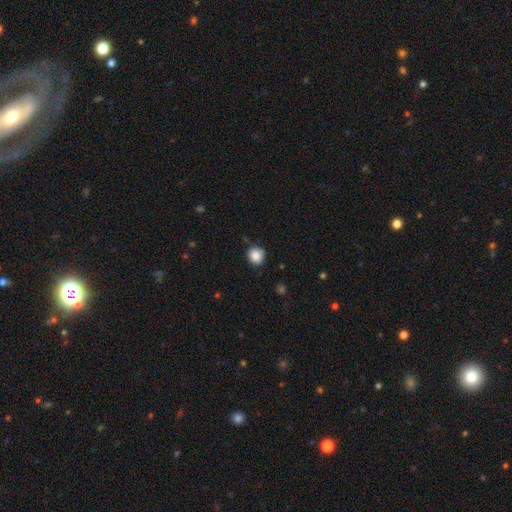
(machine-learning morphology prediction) type=smooth (86%); roundness=round (82%); merging=none (80%).